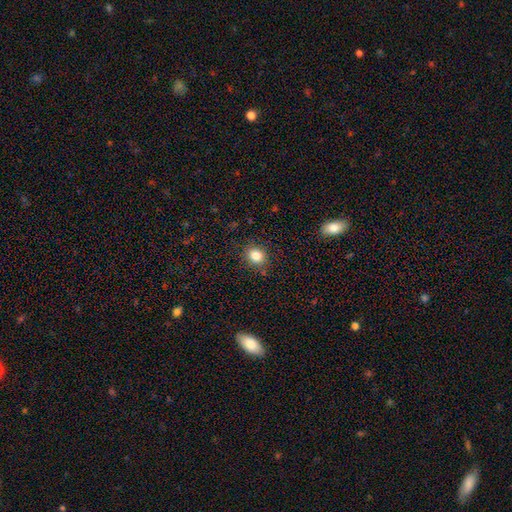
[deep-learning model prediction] A smooth galaxy with no disk features (82%) that is round (75%).

Vote fractions:
- Smooth or featured? smooth: 82% / star or artifact: 12% / featured or disk: 6%
- How rounded? round: 75% / in between: 24% / cigar-shaped: 1%
- Merging? none: 86% / minor disturbance: 9% / major disturbance: 3% / merger: 2%